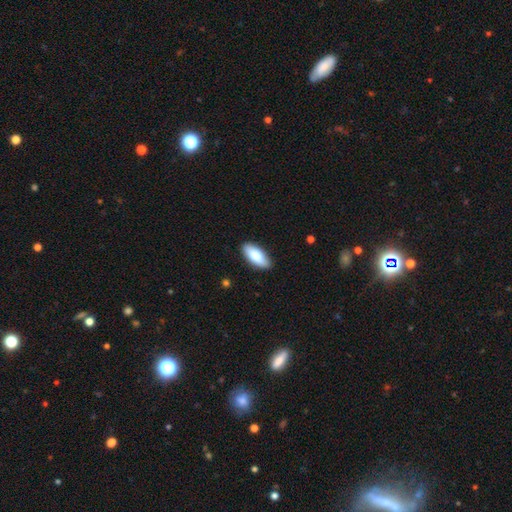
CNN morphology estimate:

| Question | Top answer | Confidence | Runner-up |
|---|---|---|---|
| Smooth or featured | smooth | 81% | featured or disk (14%) |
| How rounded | in between | 83% | cigar-shaped (15%) |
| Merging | none | 88% | minor disturbance (9%) |